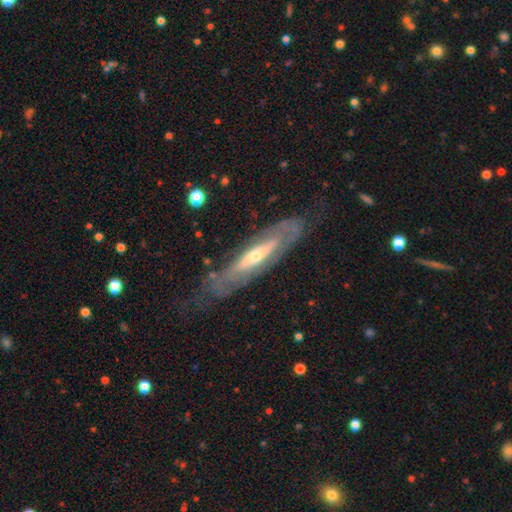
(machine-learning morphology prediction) The model was most divided on "edge-on disk": no: 62%, yes: 38%. More confident: smooth or featured — featured or disk (75%); merging — none (68%).